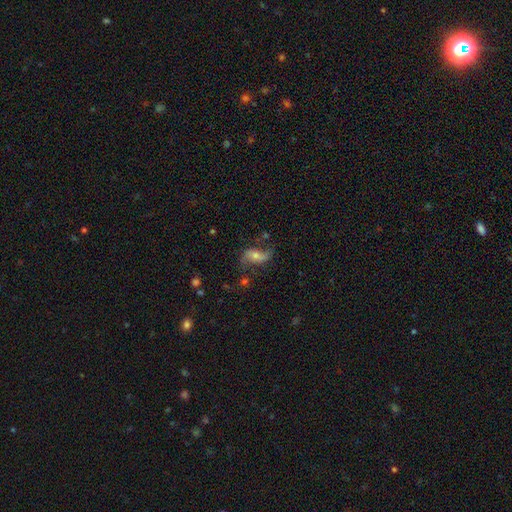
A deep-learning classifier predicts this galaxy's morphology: A featured or disk galaxy (65%) with no bar (51%), 2 (86%) loose (71%) spiral arms (88%) and a moderate central bulge (49%). Merging: none (61%).